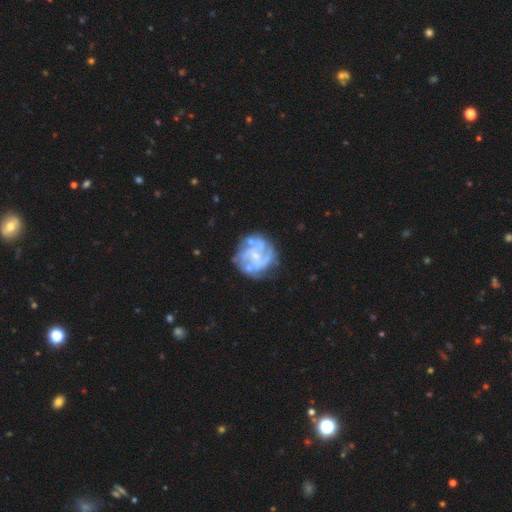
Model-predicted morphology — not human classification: A featured or disk galaxy (80%) with no bar (69%), tight (42%) spiral arms (81%) and a small central bulge (63%). Merging: none (64%).